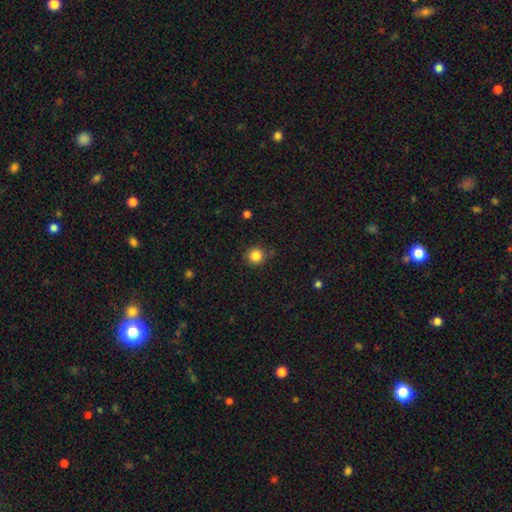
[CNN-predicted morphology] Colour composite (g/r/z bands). It shows a smooth galaxy with no disk features (85%) that is round (94%). Merging: none (85%).